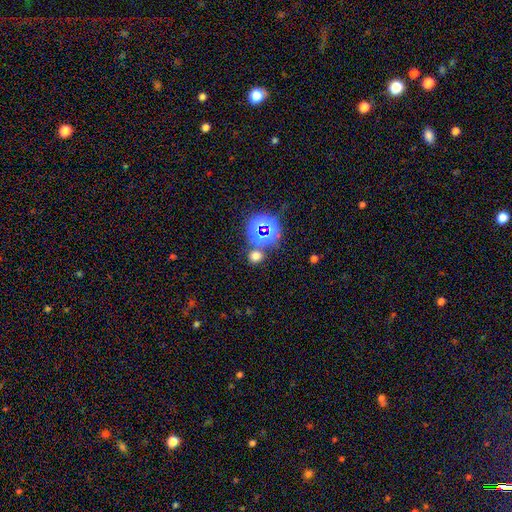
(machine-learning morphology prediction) This is likely a smooth galaxy (63%). How rounded: likely round (79%). Merging: likely none (76%).